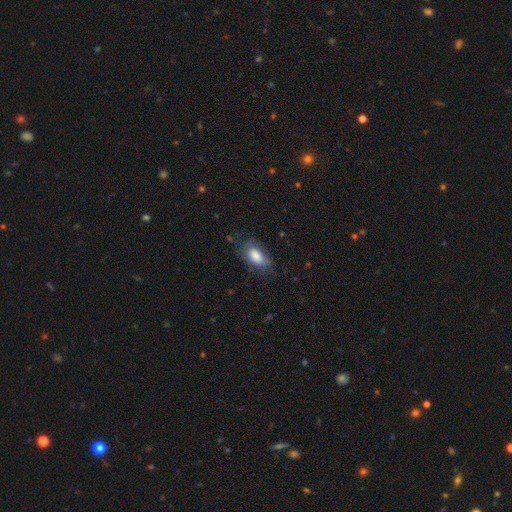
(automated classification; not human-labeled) This is likely a smooth galaxy (77%). How rounded: clearly in between (90%). Merging: likely none (61%).